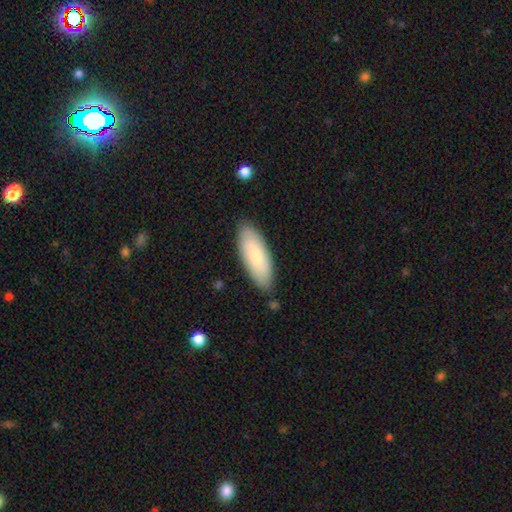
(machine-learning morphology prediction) The model was most divided on "how rounded": in between: 72%, cigar-shaped: 27%, round: 2%. More confident: merging — none (82%); smooth or featured — smooth (71%).